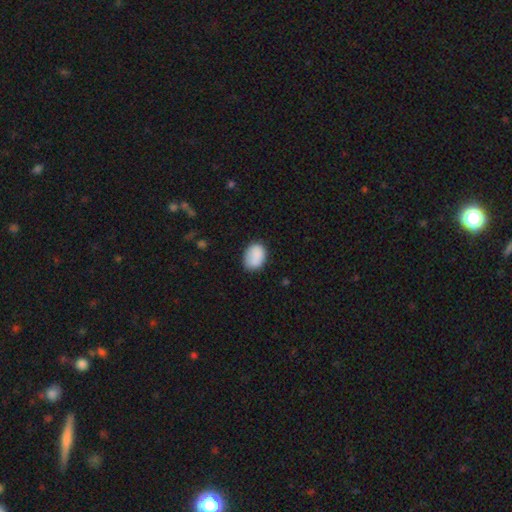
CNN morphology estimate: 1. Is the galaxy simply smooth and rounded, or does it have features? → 85% smooth, 8% star or artifact, 8% featured or disk.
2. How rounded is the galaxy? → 73% in between, 26% round, 1% cigar-shaped.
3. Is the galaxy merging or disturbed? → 72% none, 20% minor disturbance, 5% major disturbance, 4% merger.